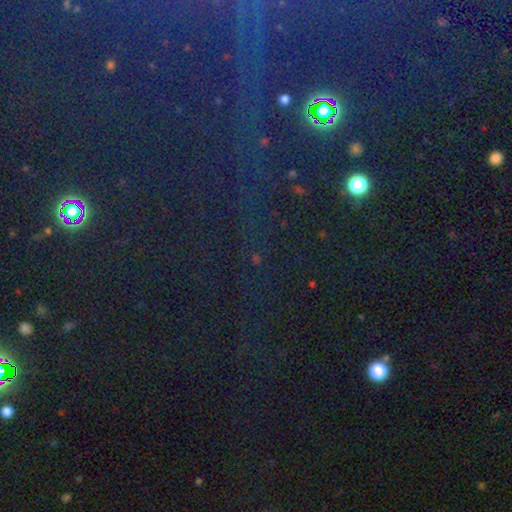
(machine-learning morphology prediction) smooth_or_featured: star or artifact (p=0.81) [alt: smooth p=0.11]